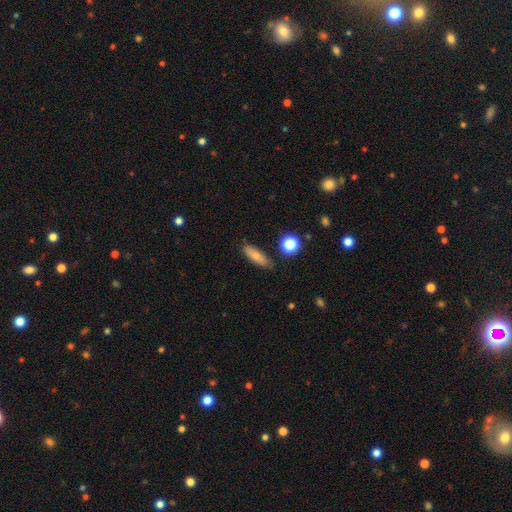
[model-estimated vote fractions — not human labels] Q: Smooth or featured?
A: smooth (74%); runner-up: featured or disk (17%)
Q: How rounded?
A: in between (55%); runner-up: cigar-shaped (40%)
Q: Merging?
A: none (81%); runner-up: minor disturbance (14%)